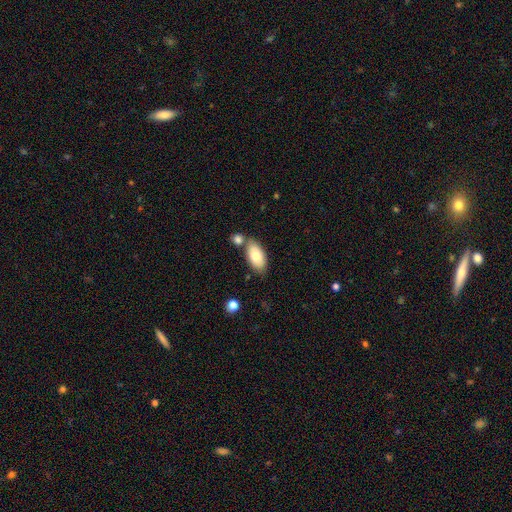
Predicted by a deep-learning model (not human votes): This is clearly a smooth galaxy (81%). How rounded: clearly in between (93%). Merging: likely none (63%).